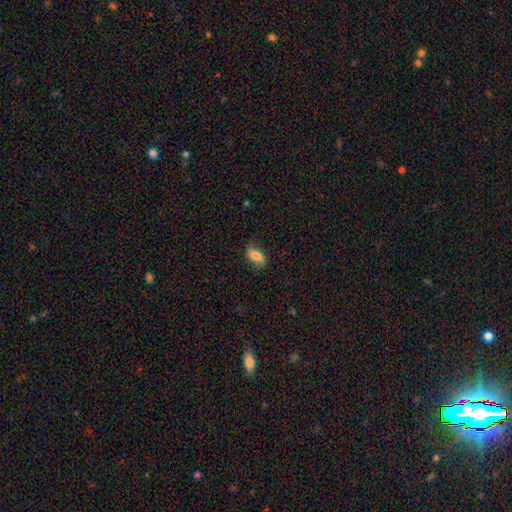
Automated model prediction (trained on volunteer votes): Morphology: type=smooth (77%); roundness=in between (88%); merging=none (73%).